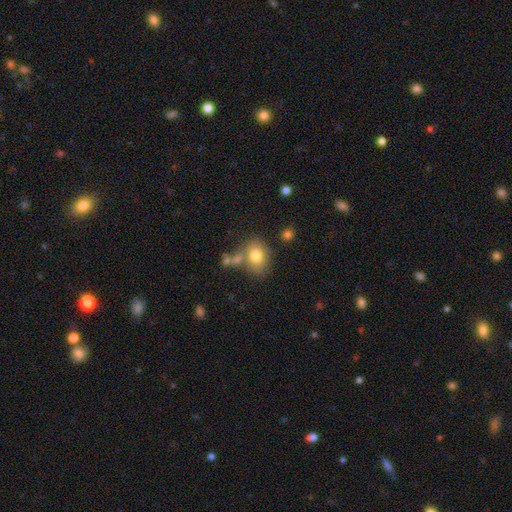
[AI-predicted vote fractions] The model was most divided on "how rounded": in between: 55%, round: 44%, cigar-shaped: 1%. More confident: smooth or featured — smooth (77%); merging — none (58%).